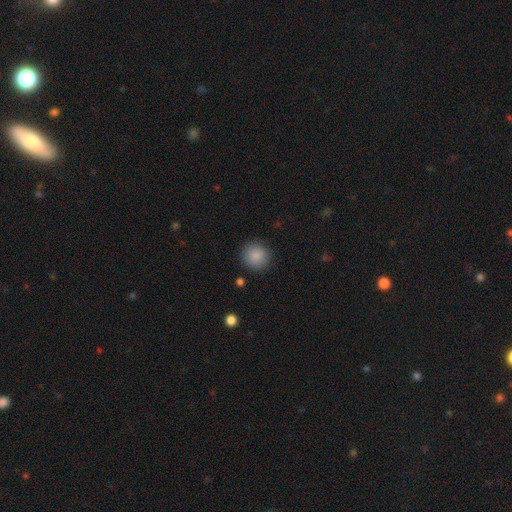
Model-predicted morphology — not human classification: smooth-or-featured: smooth: 88% | star or artifact: 8% | featured or disk: 4%
  how-rounded: round: 93% | in between: 6% | cigar-shaped: 1%
  merging: none: 89% | minor disturbance: 7% | major disturbance: 2% | merger: 1%